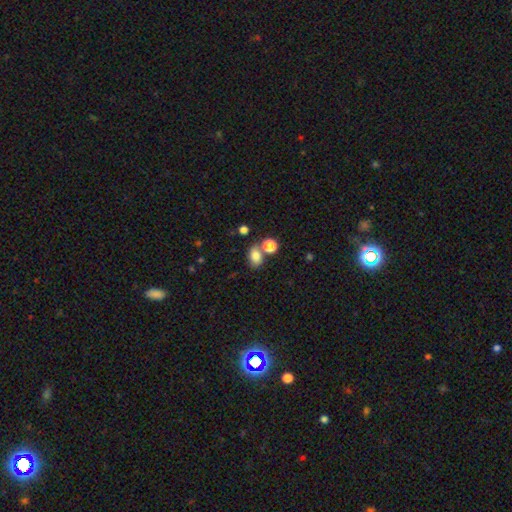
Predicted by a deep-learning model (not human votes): smooth_or_featured: smooth (p=0.79) [alt: star or artifact p=0.12]
how_rounded: in between (p=0.73) [alt: round p=0.25]
merging: none (p=0.59) [alt: merger p=0.24]